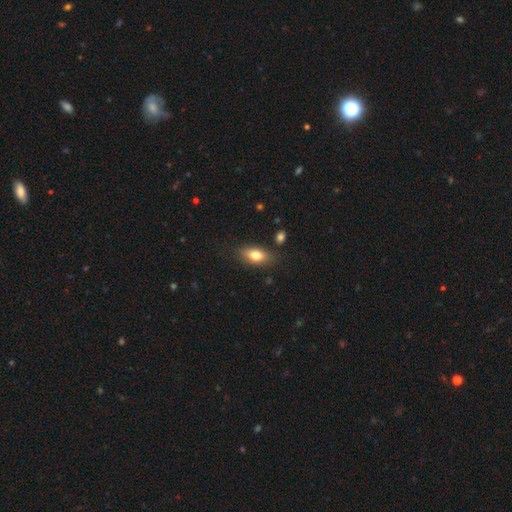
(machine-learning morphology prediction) type=smooth (78%); roundness=in between (86%); merging=none (80%).